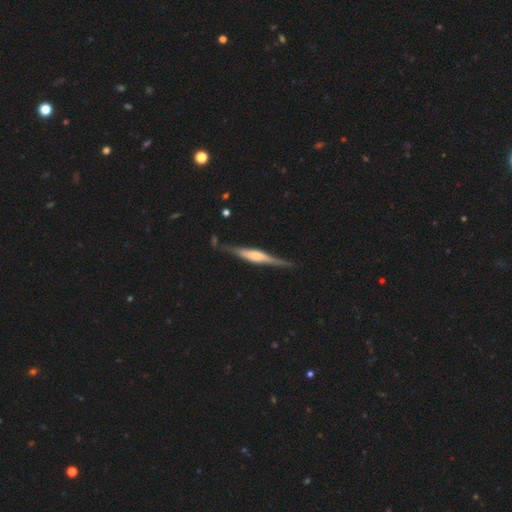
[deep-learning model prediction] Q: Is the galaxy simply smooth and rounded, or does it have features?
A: featured or disk — 71%.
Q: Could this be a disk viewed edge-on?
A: yes — 97%.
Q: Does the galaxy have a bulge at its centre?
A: rounded — 53%.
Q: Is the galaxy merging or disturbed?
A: none — 83%.